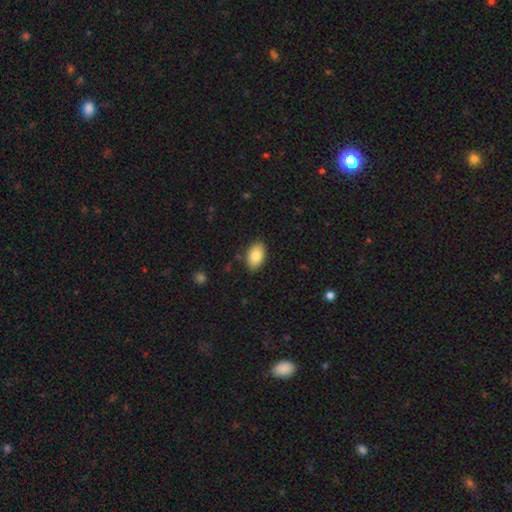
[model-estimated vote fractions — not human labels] smooth-or-featured: smooth: 84% | featured or disk: 10% | star or artifact: 7%
  how-rounded: in between: 93% | round: 6% | cigar-shaped: 1%
  merging: none: 85% | minor disturbance: 11% | major disturbance: 2% | merger: 2%